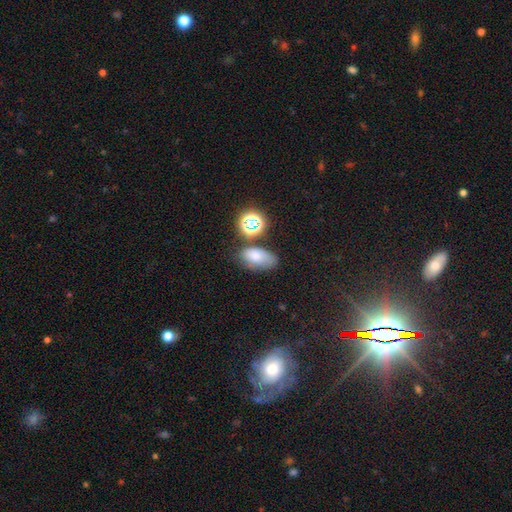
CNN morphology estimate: Smooth or featured?
  - smooth: 68% *
  - star or artifact: 17%
  - featured or disk: 14%
How rounded?
  - in between: 85% *
  - round: 12%
  - cigar-shaped: 3%
Merging?
  - none: 58% *
  - minor disturbance: 21%
  - merger: 13%
  - major disturbance: 8%